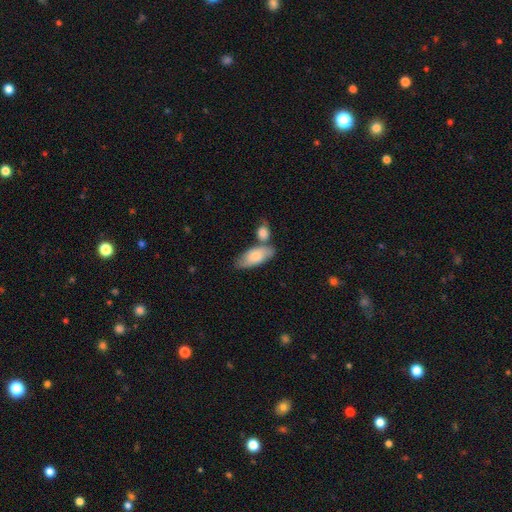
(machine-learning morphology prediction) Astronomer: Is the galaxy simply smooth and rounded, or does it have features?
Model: smooth — 73%.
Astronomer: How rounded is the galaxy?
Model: in between — 87%.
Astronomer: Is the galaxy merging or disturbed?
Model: none — 50% (runner-up: merger, 30%).